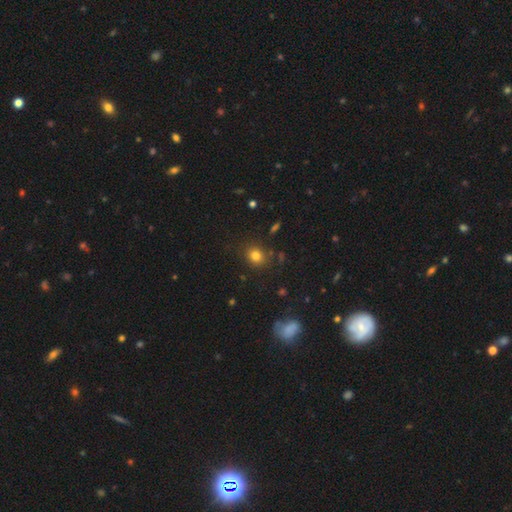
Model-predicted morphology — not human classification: Smooth or featured: smooth — 79% (star or artifact — 14%)
How rounded: round — 72% (in between — 27%)
Merging: none — 82% (minor disturbance — 11%)